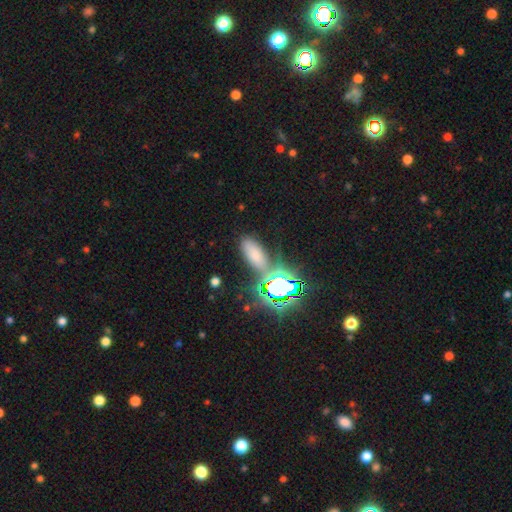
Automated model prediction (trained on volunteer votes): Morphology: type=smooth (59%); roundness=in between (82%); merging=none (69%).